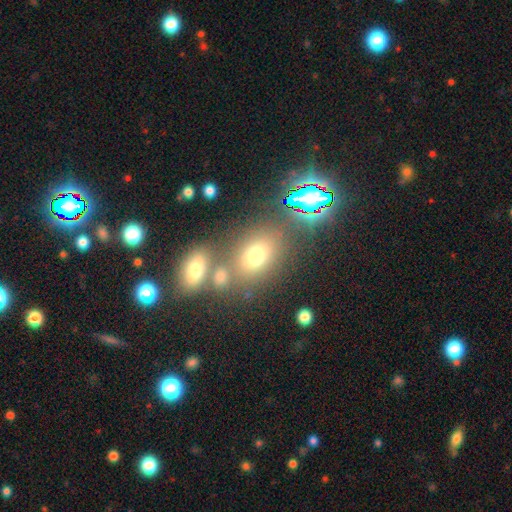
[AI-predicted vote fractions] smooth-or-featured: smooth: 66% | star or artifact: 21% | featured or disk: 13%
  how-rounded: in between: 66% | round: 32% | cigar-shaped: 2%
  merging: none: 59% | merger: 25% | minor disturbance: 11% | major disturbance: 5%